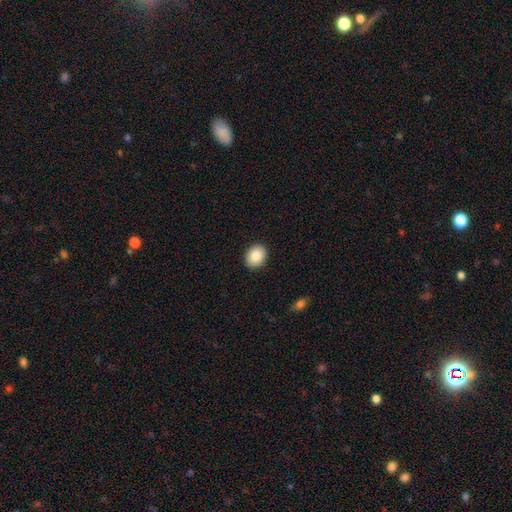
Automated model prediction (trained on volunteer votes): Morphology: type=smooth (85%); roundness=round (54%); merging=none (91%).